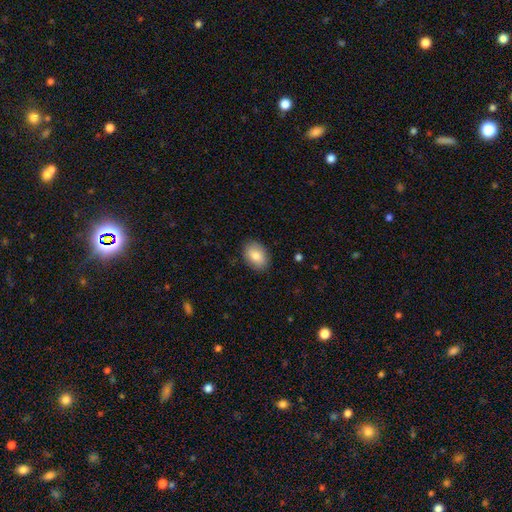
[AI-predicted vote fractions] The model was most divided on "how rounded": in between: 82%, round: 17%, cigar-shaped: 1%. More confident: merging — none (87%); smooth or featured — smooth (83%).